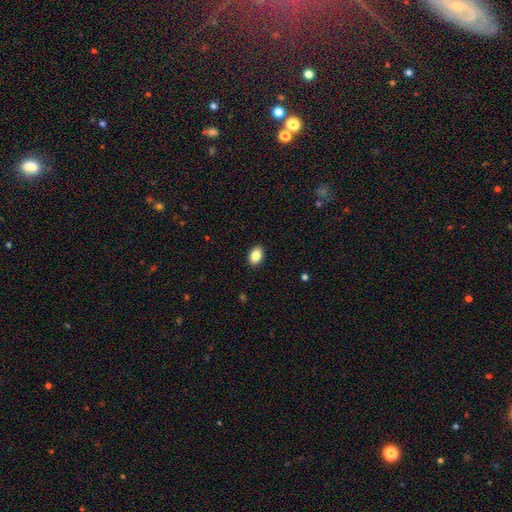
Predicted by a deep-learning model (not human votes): A smooth galaxy with no disk features (85%) that is in between round and cigar-shaped (81%). Merging: none (90%).